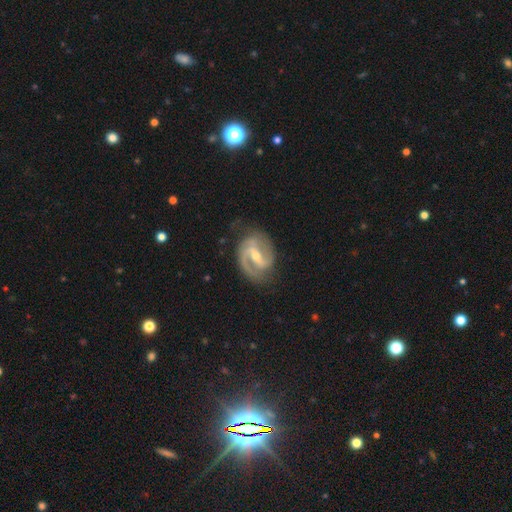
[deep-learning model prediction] Q: Smooth or featured?
A: featured or disk (91%); runner-up: smooth (5%)
Q: Edge-on disk?
A: no (97%); runner-up: yes (3%)
Q: Bar?
A: strong (50%); runner-up: weak (38%)
Q: Spiral arms?
A: yes (97%); runner-up: no (3%)
Q: Spiral winding?
A: medium (54%); runner-up: tight (29%)
Q: Spiral arm count?
A: 2 (89%); runner-up: can't tell (3%)
Q: Bulge size?
A: moderate (49%); runner-up: small (47%)
Q: Merging?
A: none (75%); runner-up: minor disturbance (17%)